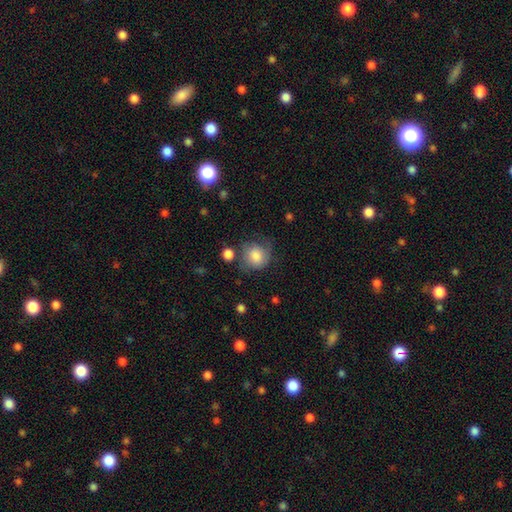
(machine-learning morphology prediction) A smooth galaxy with no disk features (76%) that is round (81%).

Vote fractions:
- Smooth or featured? smooth: 76% / featured or disk: 16% / star or artifact: 8%
- How rounded? round: 81% / in between: 18% / cigar-shaped: 1%
- Merging? none: 61% / minor disturbance: 24% / major disturbance: 11% / merger: 5%